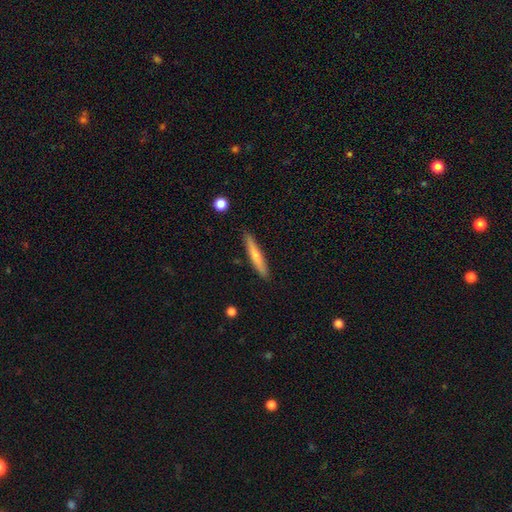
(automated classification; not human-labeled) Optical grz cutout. It shows a smooth galaxy with no disk features (62%) that is cigar-shaped (93%). Merging: none (89%).